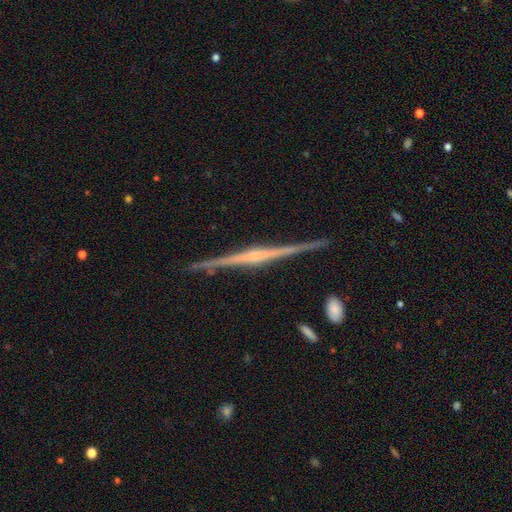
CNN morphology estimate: Smooth or featured?
  - featured or disk: 87% *
  - smooth: 8%
  - star or artifact: 5%
Edge-on disk?
  - yes: 99% *
  - no: 1%
Edge-on bulge?
  - rounded: 61% *
  - none: 20%
  - boxy: 18%
Merging?
  - none: 90% *
  - minor disturbance: 7%
  - major disturbance: 1%
  - merger: 1%